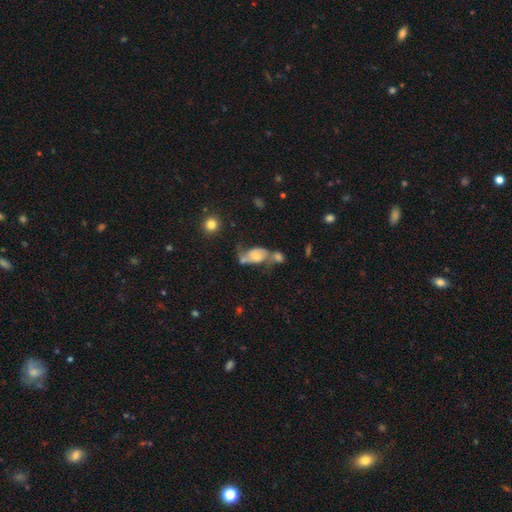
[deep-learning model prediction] A featured or disk galaxy (61%) with no bar (63%), spiral arms (82%) and a moderate central bulge (46%). Merging: merger (38%).